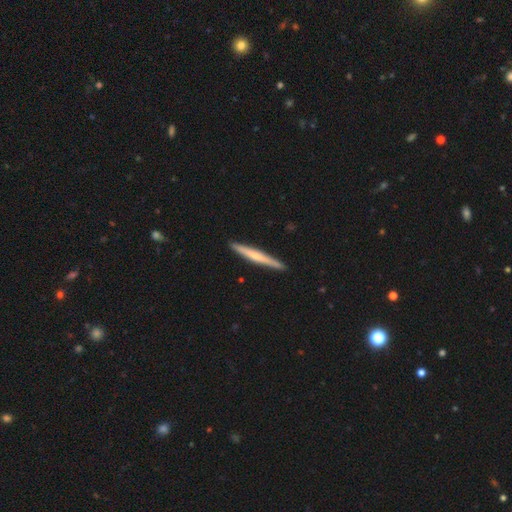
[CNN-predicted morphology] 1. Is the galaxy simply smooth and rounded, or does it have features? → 52% featured or disk, 43% smooth, 5% star or artifact.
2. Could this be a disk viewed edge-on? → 98% yes, 2% no.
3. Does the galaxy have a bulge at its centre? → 47% rounded, 42% none, 11% boxy.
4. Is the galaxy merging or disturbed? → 92% none, 6% minor disturbance, 1% major disturbance, 1% merger.